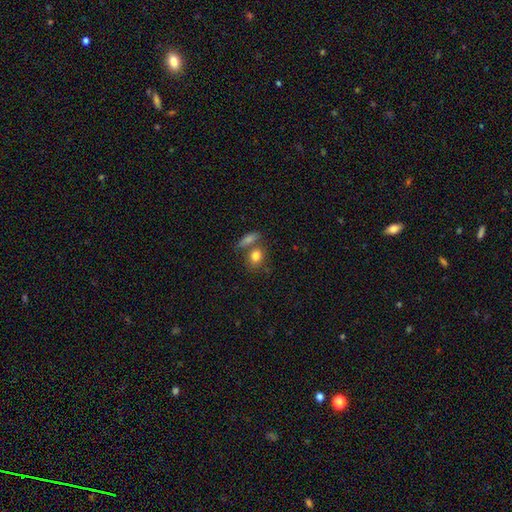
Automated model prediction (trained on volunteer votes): Smooth or featured? Predicted: smooth (p=0.81). How rounded? Predicted: in between (p=0.57). Merging? Predicted: none (p=0.50).